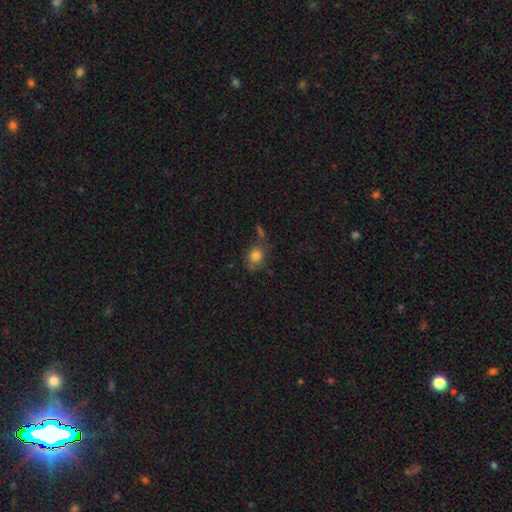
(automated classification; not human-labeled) Smooth or featured? smooth (79%)
How rounded? round (68%)
Merging? none (58%)